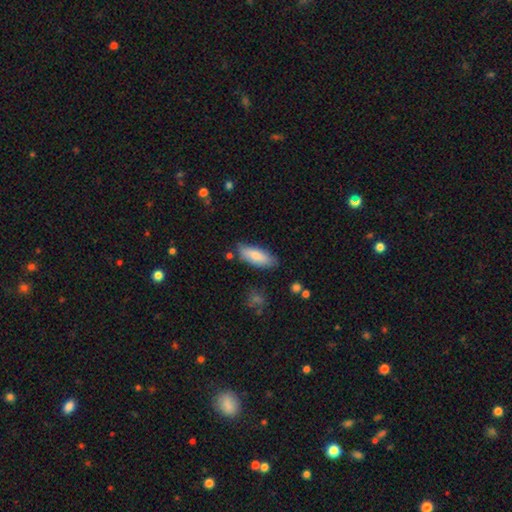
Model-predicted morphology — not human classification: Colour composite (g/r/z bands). It shows a smooth galaxy with no disk features (80%) that is in between round and cigar-shaped (69%). Merging: none (76%).